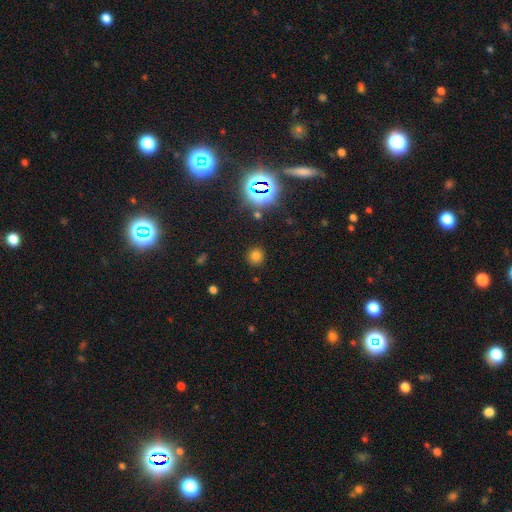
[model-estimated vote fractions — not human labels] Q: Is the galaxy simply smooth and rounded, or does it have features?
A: smooth — 70%.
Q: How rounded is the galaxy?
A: round — 91%.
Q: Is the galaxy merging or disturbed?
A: none — 89%.